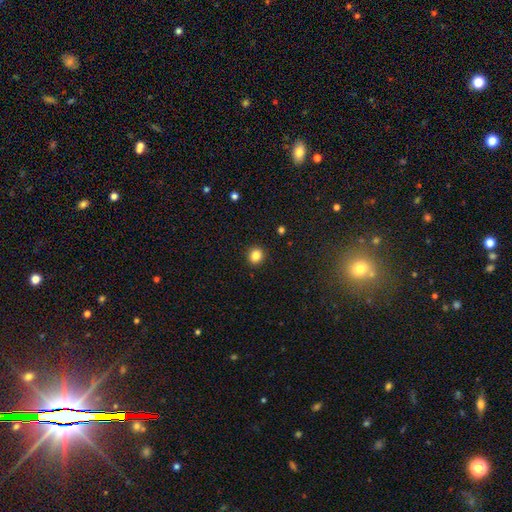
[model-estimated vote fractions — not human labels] smooth_or_featured: smooth (p=0.84) [alt: star or artifact p=0.11]
how_rounded: round (p=0.85) [alt: in between p=0.14]
merging: none (p=0.92) [alt: minor disturbance p=0.05]